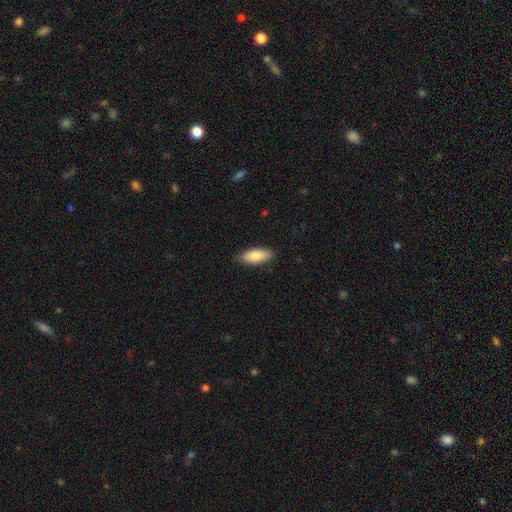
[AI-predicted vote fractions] Q: Smooth or featured?
A: smooth (84%); runner-up: featured or disk (10%)
Q: How rounded?
A: in between (79%); runner-up: cigar-shaped (19%)
Q: Merging?
A: none (82%); runner-up: minor disturbance (15%)